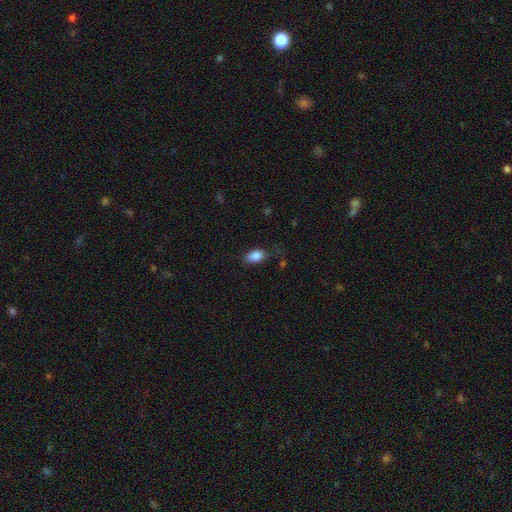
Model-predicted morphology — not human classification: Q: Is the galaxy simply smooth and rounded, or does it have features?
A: smooth — 85%.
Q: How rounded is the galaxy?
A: in between — 87%.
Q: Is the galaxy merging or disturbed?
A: none — 65%.